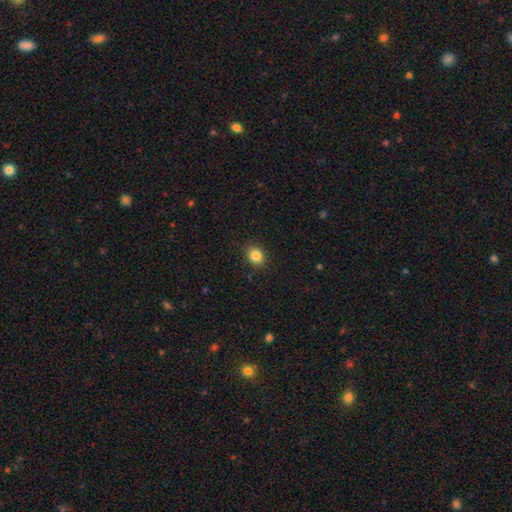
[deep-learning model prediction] smooth_or_featured: smooth (p=0.85) [alt: star or artifact p=0.10]
how_rounded: round (p=0.57) [alt: in between p=0.42]
merging: none (p=0.89) [alt: minor disturbance p=0.08]